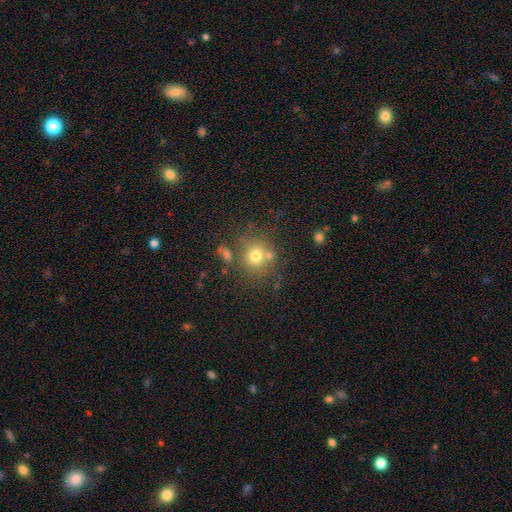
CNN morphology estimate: type=smooth (73%); roundness=round (87%); merging=none (70%).